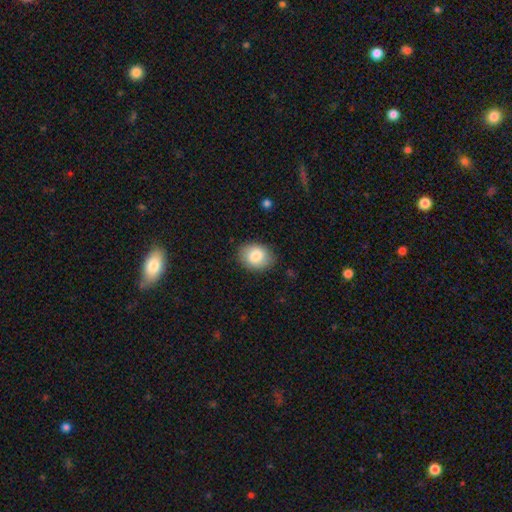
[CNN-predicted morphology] type=smooth (84%); roundness=in between (60%); merging=none (84%).